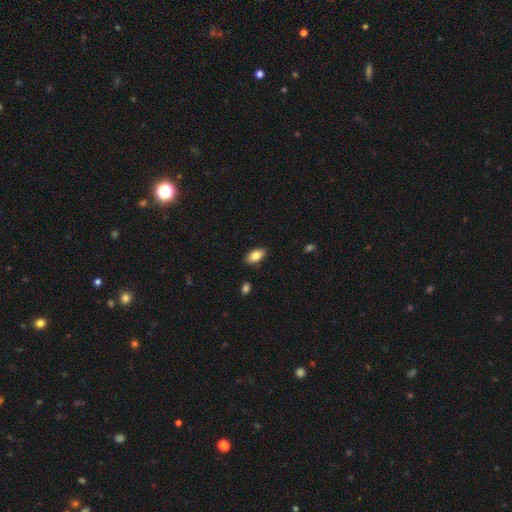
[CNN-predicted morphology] smooth_or_featured: smooth (p=0.80) [alt: featured or disk p=0.12]
how_rounded: in between (p=0.92) [alt: cigar-shaped p=0.04]
merging: none (p=0.88) [alt: minor disturbance p=0.09]